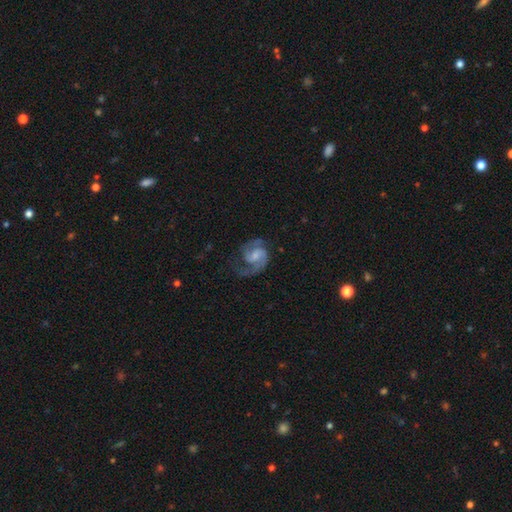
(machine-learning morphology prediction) Smooth or featured: featured or disk — 89% (smooth — 6%)
Edge-on disk: no — 98% (yes — 2%)
Bar: no — 48% (weak — 43%)
Spiral arms: yes — 98% (no — 2%)
Spiral winding: medium — 57% (tight — 24%)
Spiral arm count: 2 — 88% (1 — 5%)
Bulge size: small — 44% (moderate — 33%)
Merging: none — 66% (minor disturbance — 18%)